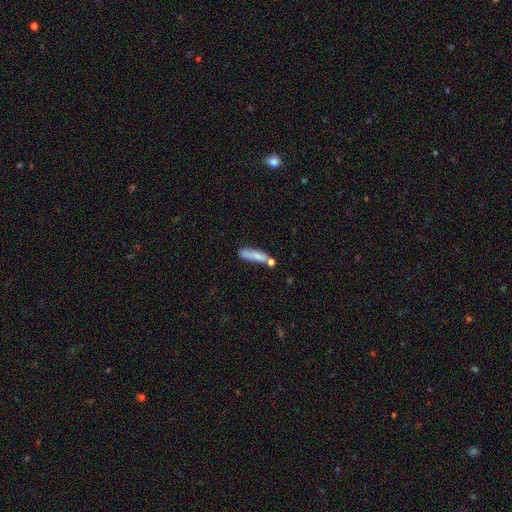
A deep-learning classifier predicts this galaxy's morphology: Smooth or featured: smooth — 74% (featured or disk — 19%)
How rounded: cigar-shaped — 66% (in between — 31%)
Merging: none — 53% (merger — 21%)